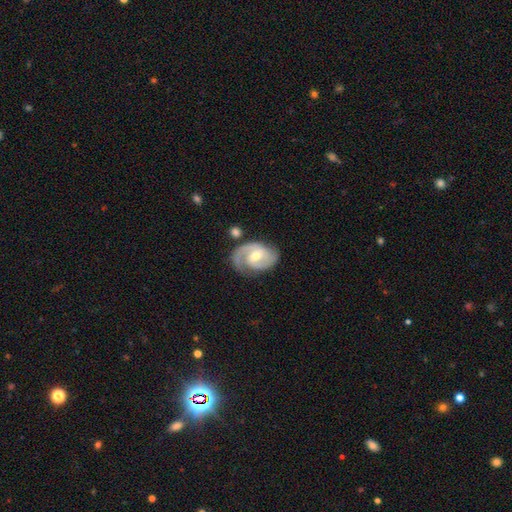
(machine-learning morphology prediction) The model was most divided on "spiral winding": medium: 48%, tight: 38%, loose: 14%. Remaining: edge-on disk — no (97%); spiral arms — yes (96%); smooth or featured — featured or disk (86%); spiral arm count — 2 (77%); merging — none (69%); bulge size — moderate (59%); bar — weak (49%).